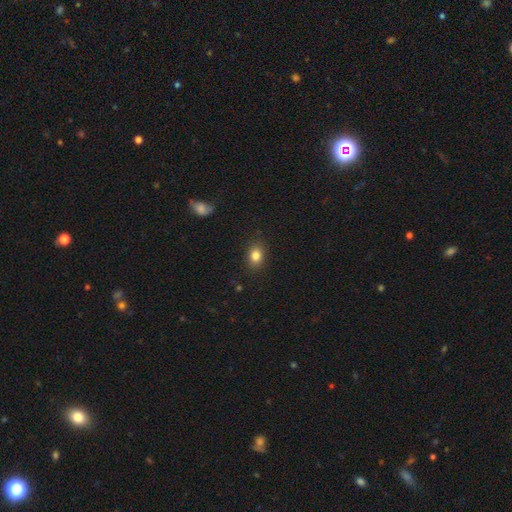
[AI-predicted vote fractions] A smooth galaxy with no disk features (83%) that is in between round and cigar-shaped (65%).

Vote fractions:
- Smooth or featured? smooth: 83% / star or artifact: 10% / featured or disk: 7%
- How rounded? in between: 65% / round: 33% / cigar-shaped: 1%
- Merging? none: 87% / minor disturbance: 10% / major disturbance: 3% / merger: 1%